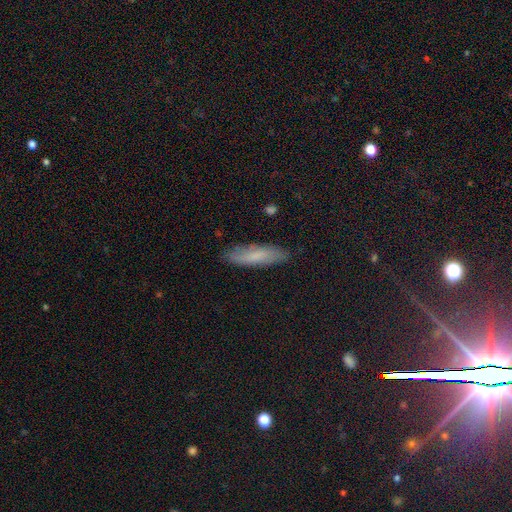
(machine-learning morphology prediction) Overall: smooth (72%). How rounded: cigar-shaped (70%). Merging: none (84%).